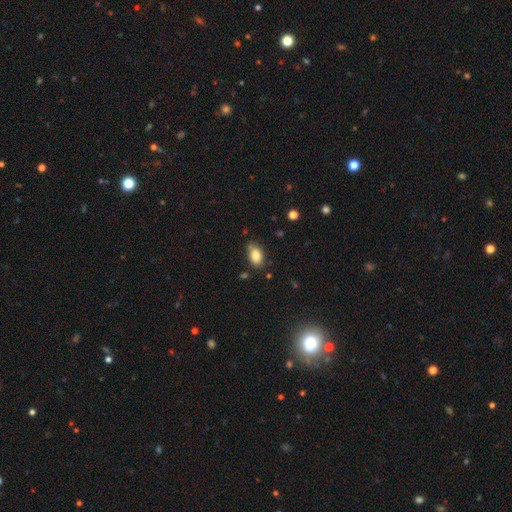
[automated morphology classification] smooth-or-featured: smooth: 85% | star or artifact: 8% | featured or disk: 7%
  how-rounded: in between: 91% | round: 7% | cigar-shaped: 2%
  merging: none: 71% | minor disturbance: 21% | major disturbance: 4% | merger: 3%